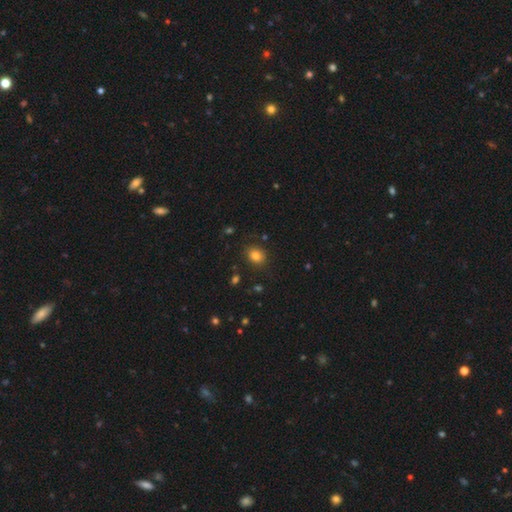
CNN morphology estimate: Smooth or featured?
  - smooth: 81% *
  - star or artifact: 12%
  - featured or disk: 7%
How rounded?
  - round: 57% *
  - in between: 43%
  - cigar-shaped: 1%
Merging?
  - none: 85% *
  - minor disturbance: 11%
  - major disturbance: 3%
  - merger: 2%